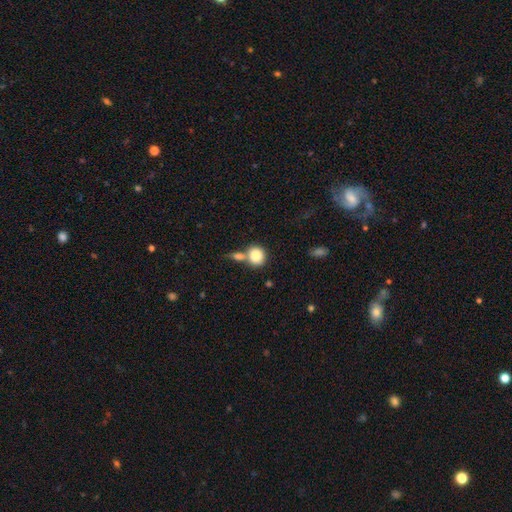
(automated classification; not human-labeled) smooth_or_featured: smooth (p=0.85) [alt: star or artifact p=0.08]
how_rounded: round (p=0.79) [alt: in between p=0.19]
merging: none (p=0.45) [alt: merger p=0.40]